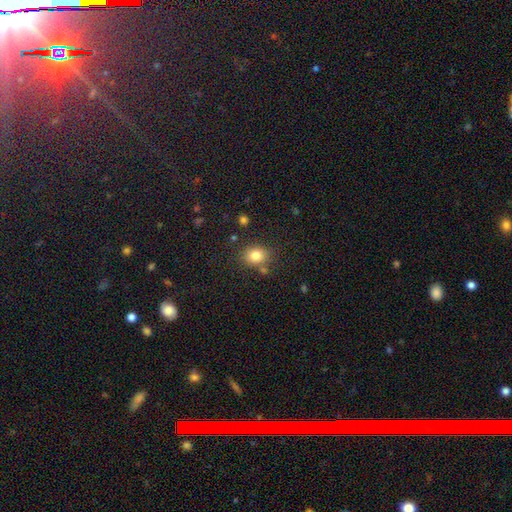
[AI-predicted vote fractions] This appears to be a smooth galaxy with no disk features (80%) that is round (59%). Merging: none (77%).